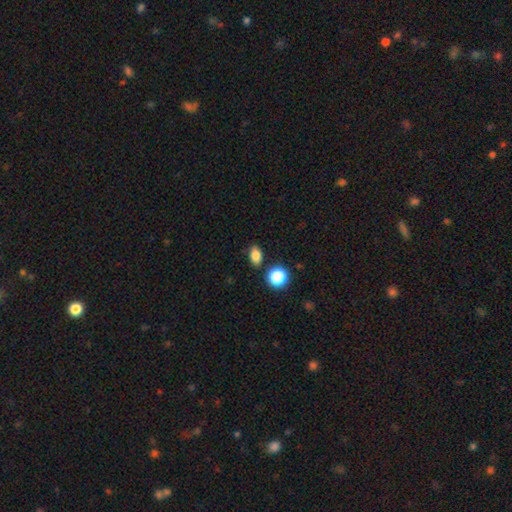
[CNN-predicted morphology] Smooth or featured: smooth — 83% (star or artifact — 11%)
How rounded: in between — 78% (round — 19%)
Merging: none — 82% (minor disturbance — 11%)